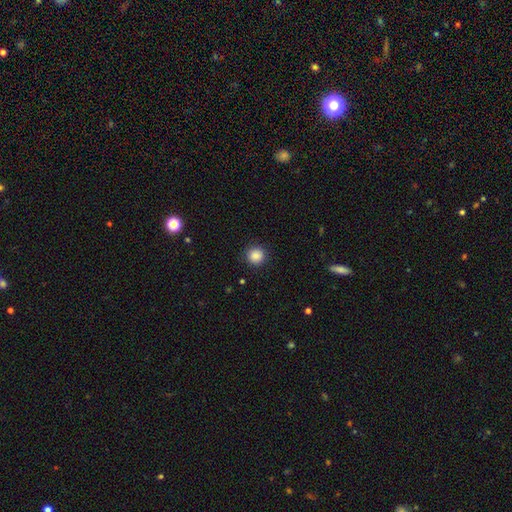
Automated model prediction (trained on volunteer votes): Smooth or featured? smooth (87%)
How rounded? round (94%)
Merging? none (90%)